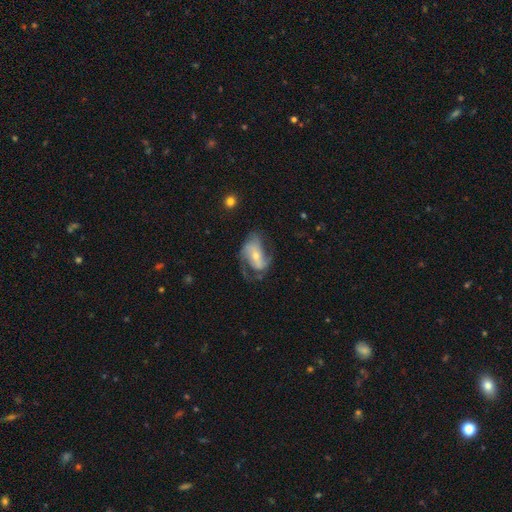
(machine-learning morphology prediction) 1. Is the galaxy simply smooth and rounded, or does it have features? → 67% featured or disk, 26% smooth, 7% star or artifact.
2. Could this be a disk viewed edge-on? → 95% no, 5% yes.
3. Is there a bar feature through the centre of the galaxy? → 46% no, 33% weak, 22% strong.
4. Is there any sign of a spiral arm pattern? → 82% yes, 18% no.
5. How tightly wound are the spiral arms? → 42% loose, 41% medium, 17% tight.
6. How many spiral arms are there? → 63% 2, 16% can't tell, 9% 3, 8% 1, 2% 4, 2% more than 4.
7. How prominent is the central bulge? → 54% small, 40% moderate, 3% large, 2% none, 1% dominant.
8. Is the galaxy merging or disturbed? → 42% none, 30% major disturbance, 25% minor disturbance, 2% merger.